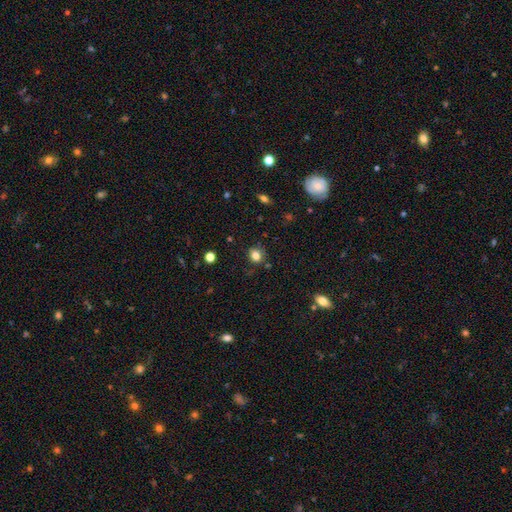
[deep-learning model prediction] The model was most divided on "how rounded": round: 73%, in between: 26%, cigar-shaped: 1%. More confident: smooth or featured — smooth (81%); merging — none (80%).